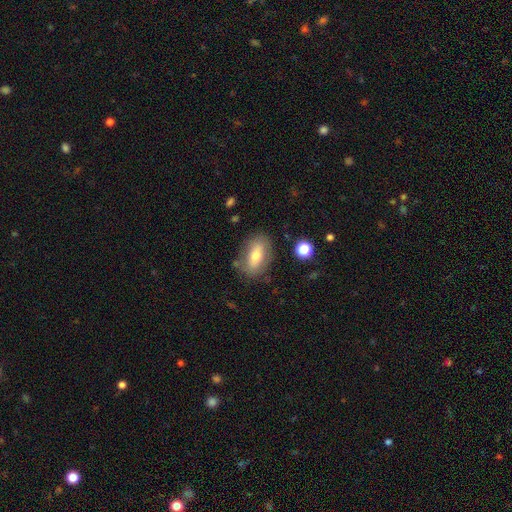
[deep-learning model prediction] Smooth or featured? Predicted: smooth (p=0.63). How rounded? Predicted: in between (p=0.83). Merging? Predicted: none (p=0.77).